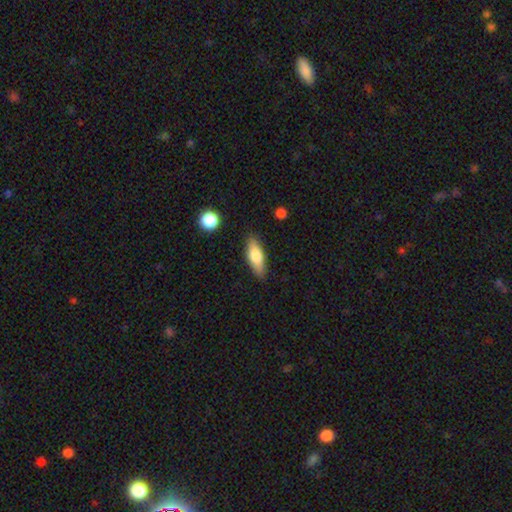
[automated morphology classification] This is likely a smooth galaxy (73%). How rounded: likely in between (65%). Merging: clearly none (84%).